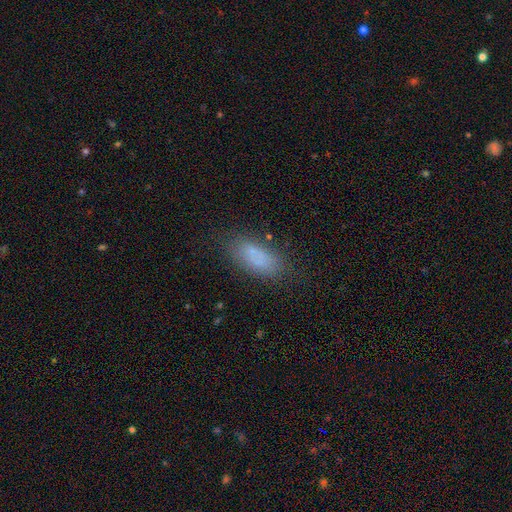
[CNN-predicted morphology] This appears to be a smooth galaxy with no disk features (74%) that is in between round and cigar-shaped (82%). Merging: none (76%).